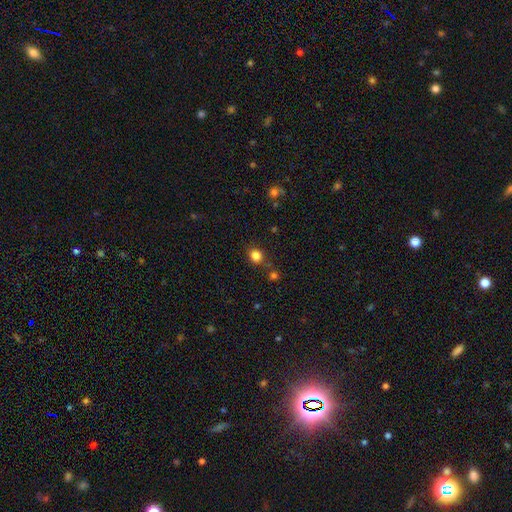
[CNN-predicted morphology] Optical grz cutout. It shows a smooth galaxy with no disk features (82%) that is round (76%). Merging: none (79%).